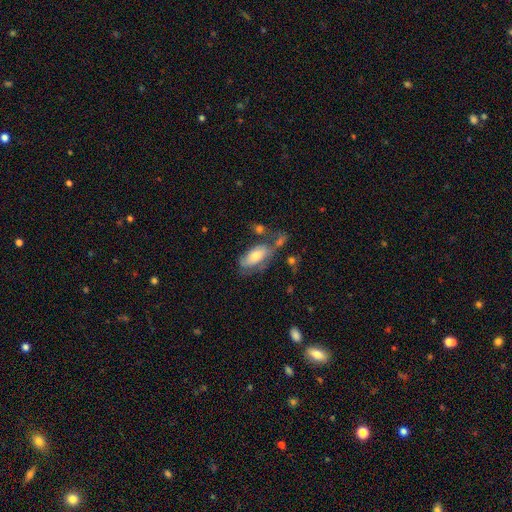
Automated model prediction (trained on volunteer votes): smooth-or-featured: smooth: 61% | featured or disk: 32% | star or artifact: 7%
  how-rounded: in between: 87% | cigar-shaped: 10% | round: 3%
  merging: none: 38% | minor disturbance: 24% | major disturbance: 20% | merger: 18%